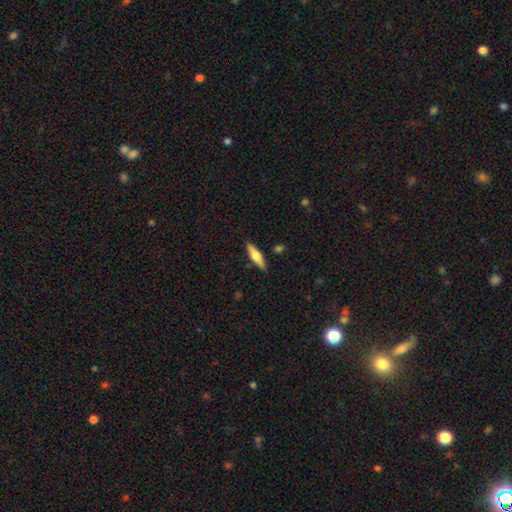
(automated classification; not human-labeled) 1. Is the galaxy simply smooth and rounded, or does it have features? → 50% featured or disk, 44% smooth, 6% star or artifact.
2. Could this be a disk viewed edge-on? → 93% yes, 7% no.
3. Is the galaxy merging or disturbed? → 88% none, 8% minor disturbance, 2% major disturbance, 2% merger.